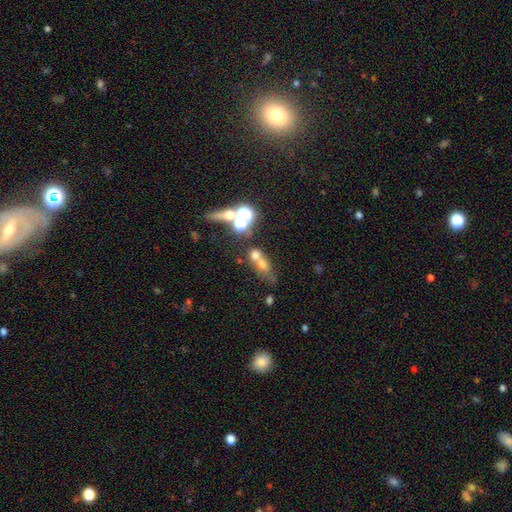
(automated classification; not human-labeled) This is possibly a smooth galaxy (54%). How rounded: possibly round (48%). Merging: possibly merger (54%).